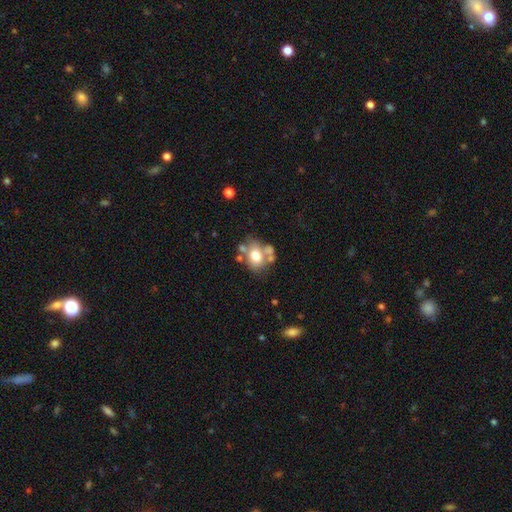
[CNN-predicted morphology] smooth-or-featured: smooth: 64% | featured or disk: 27% | star or artifact: 10%
  how-rounded: in between: 59% | round: 40% | cigar-shaped: 1%
  merging: none: 46% | merger: 28% | minor disturbance: 17% | major disturbance: 9%